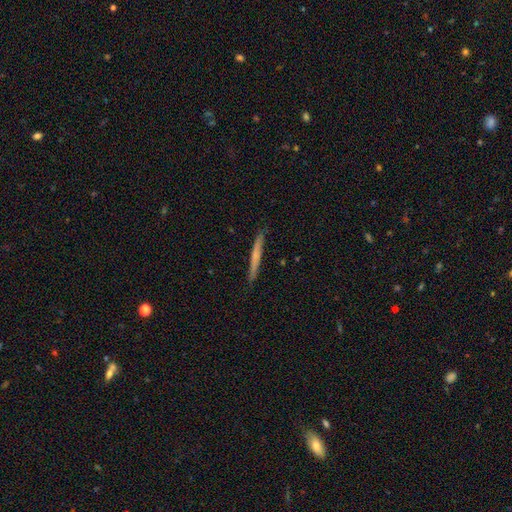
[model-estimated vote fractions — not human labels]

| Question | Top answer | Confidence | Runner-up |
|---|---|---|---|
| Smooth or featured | smooth | 53% | featured or disk (42%) |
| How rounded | cigar-shaped | 97% | in between (2%) |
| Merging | none | 89% | minor disturbance (8%) |